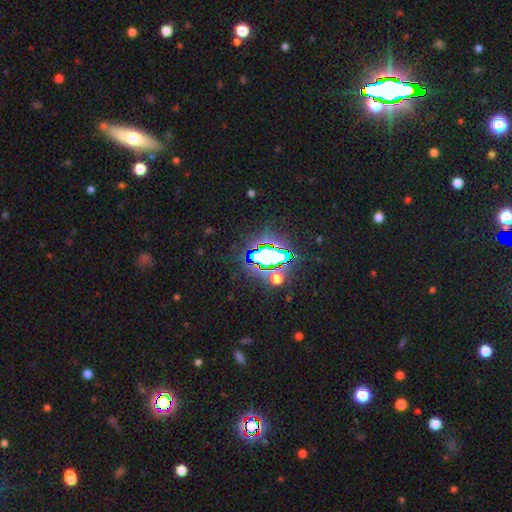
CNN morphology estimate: star or artifact 79%, smooth 13%, featured or disk 9%.